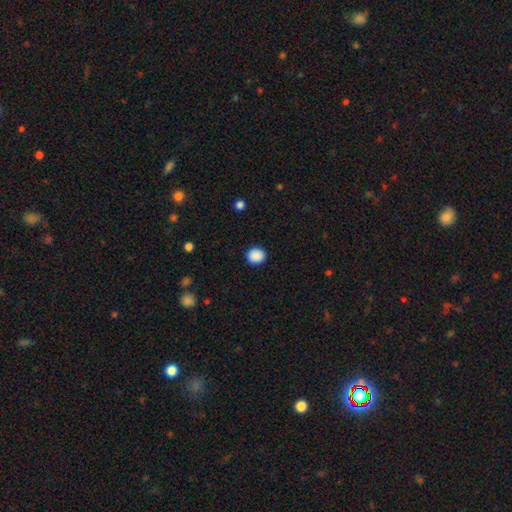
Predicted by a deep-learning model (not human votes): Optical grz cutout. It shows a smooth galaxy with no disk features (90%) that is round (79%). Merging: none (91%).